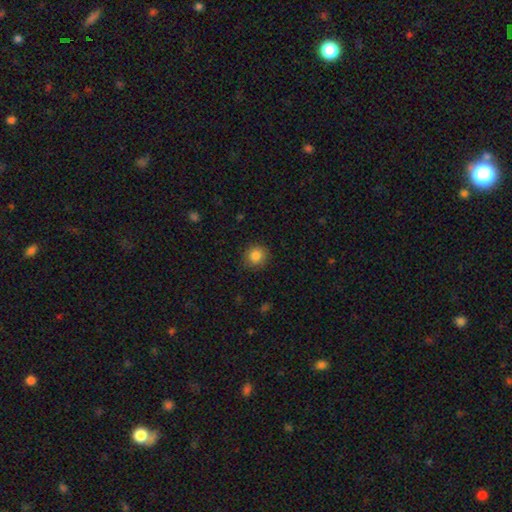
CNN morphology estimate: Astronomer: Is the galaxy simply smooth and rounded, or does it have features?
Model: smooth — 85%.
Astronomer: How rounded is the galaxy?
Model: round — 89%.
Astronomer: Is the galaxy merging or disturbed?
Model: none — 86%.